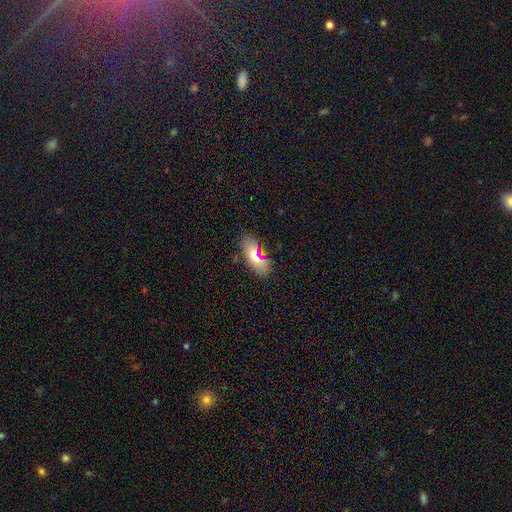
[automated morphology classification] A smooth galaxy with no disk features (67%) that is in between round and cigar-shaped (80%). Merging: none (80%).